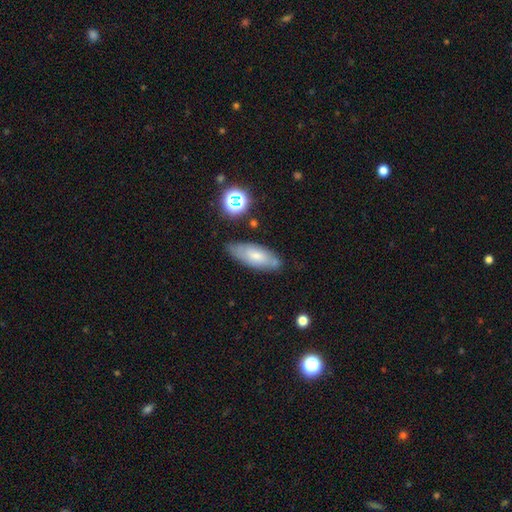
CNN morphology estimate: This appears to be a smooth galaxy with no disk features (54%) that is in between round and cigar-shaped (72%). Merging: none (75%).